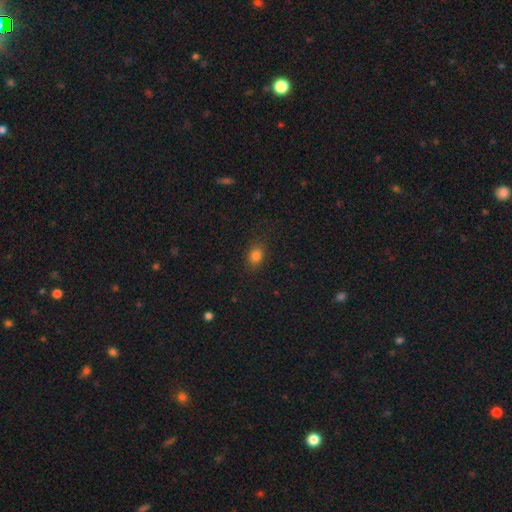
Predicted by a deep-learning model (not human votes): Overall: smooth (82%). How rounded: in between (66%; round 33%). Merging: none (84%).